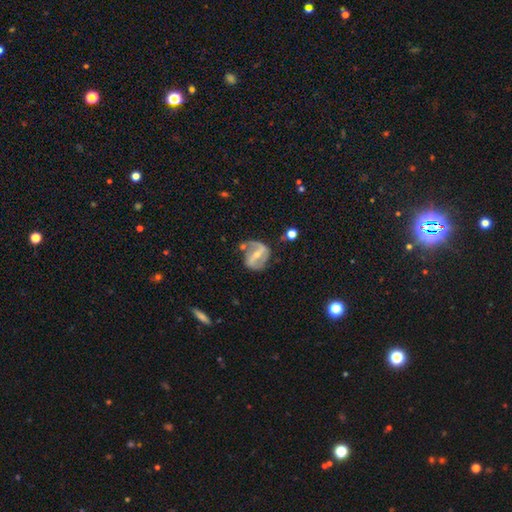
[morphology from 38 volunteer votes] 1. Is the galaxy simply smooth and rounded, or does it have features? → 87% featured or disk, 8% smooth, 5% star or artifact.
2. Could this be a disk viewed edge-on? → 97% no, 3% yes.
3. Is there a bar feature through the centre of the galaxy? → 66% strong, 25% weak, 9% no.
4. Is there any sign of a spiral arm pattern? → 94% yes, 6% no.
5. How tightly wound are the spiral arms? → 50% loose, 40% medium, 10% tight.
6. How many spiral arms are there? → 93% 2, 3% 1, 3% can't tell, 0% 3, 0% 4, 0% more than 4.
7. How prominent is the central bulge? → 50% moderate (tied), 50% small (tied), 0% dominant, 0% large, 0% none.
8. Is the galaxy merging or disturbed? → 78% none, 14% minor disturbance, 6% major disturbance, 3% merger.